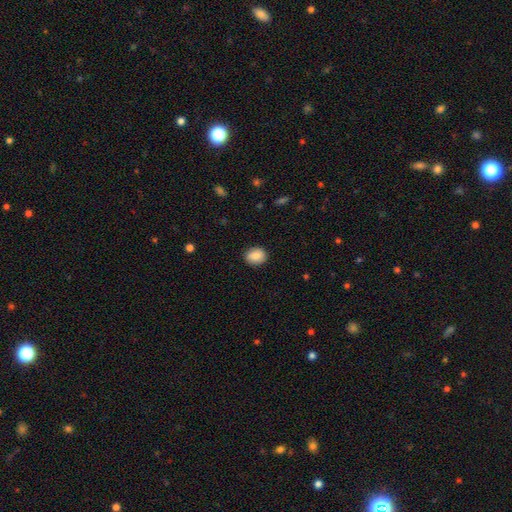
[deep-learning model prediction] A smooth galaxy with no disk features (88%) that is in between round and cigar-shaped (51%). Merging: none (88%).